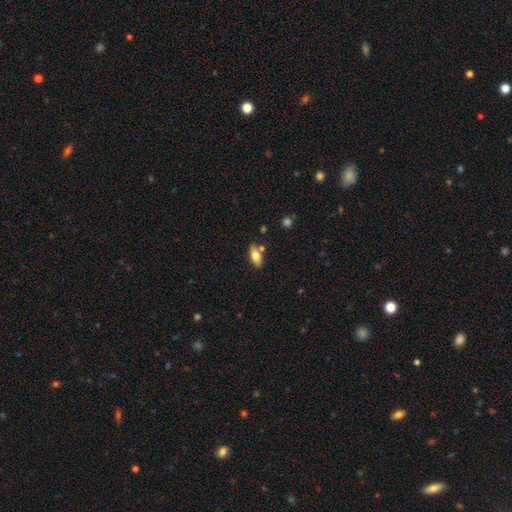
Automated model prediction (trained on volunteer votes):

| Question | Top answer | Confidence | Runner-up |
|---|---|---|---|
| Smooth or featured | smooth | 73% | featured or disk (20%) |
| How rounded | in between | 82% | cigar-shaped (15%) |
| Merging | none | 77% | minor disturbance (13%) |